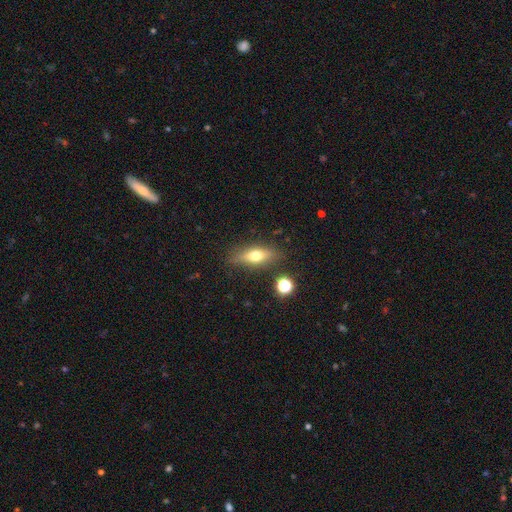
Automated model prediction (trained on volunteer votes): Smooth or featured: smooth — 58% (featured or disk — 33%)
How rounded: in between — 58% (cigar-shaped — 35%)
Merging: none — 82% (minor disturbance — 12%)